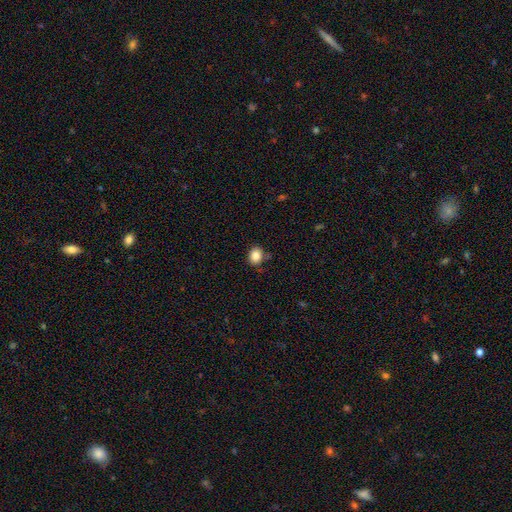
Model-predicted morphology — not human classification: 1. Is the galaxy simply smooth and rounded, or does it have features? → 84% smooth, 10% star or artifact, 6% featured or disk.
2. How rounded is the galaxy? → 56% round, 43% in between, 1% cigar-shaped.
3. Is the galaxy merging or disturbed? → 80% none, 13% minor disturbance, 4% merger, 3% major disturbance.